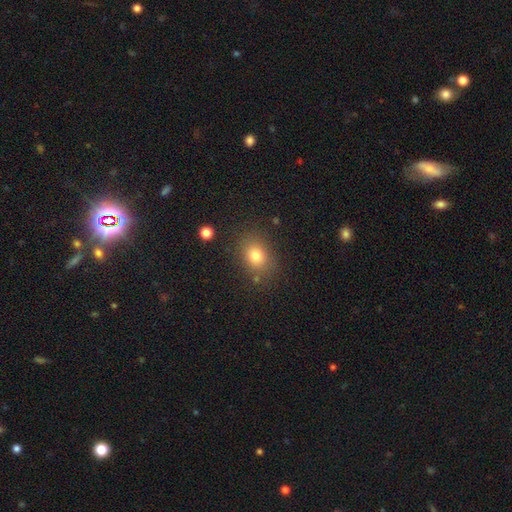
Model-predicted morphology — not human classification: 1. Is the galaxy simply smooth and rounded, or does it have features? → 78% smooth, 13% star or artifact, 9% featured or disk.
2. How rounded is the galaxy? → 55% in between, 44% round, 1% cigar-shaped.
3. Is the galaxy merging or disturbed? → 81% none, 12% minor disturbance, 4% major disturbance, 3% merger.